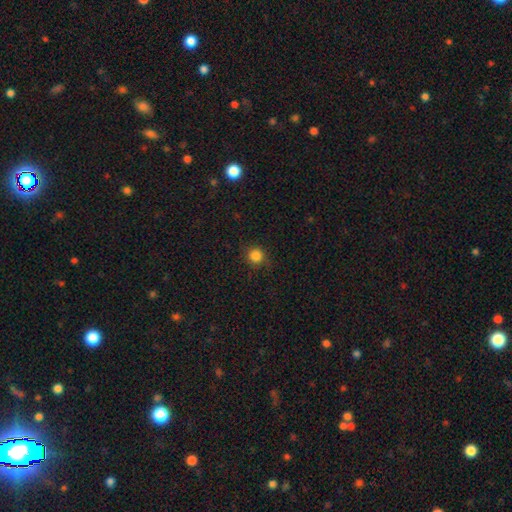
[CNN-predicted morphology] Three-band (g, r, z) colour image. It shows a smooth galaxy with no disk features (84%) that is round (93%). Merging: none (86%).